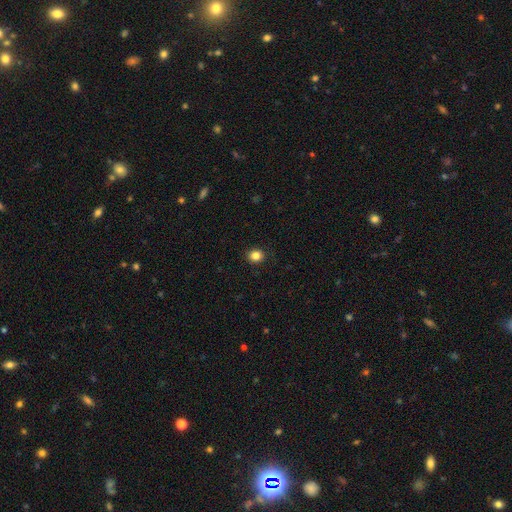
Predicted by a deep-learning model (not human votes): smooth 84%, star or artifact 11%, featured or disk 5%. Down the decision tree: how rounded — round (77%); merging — none (91%).